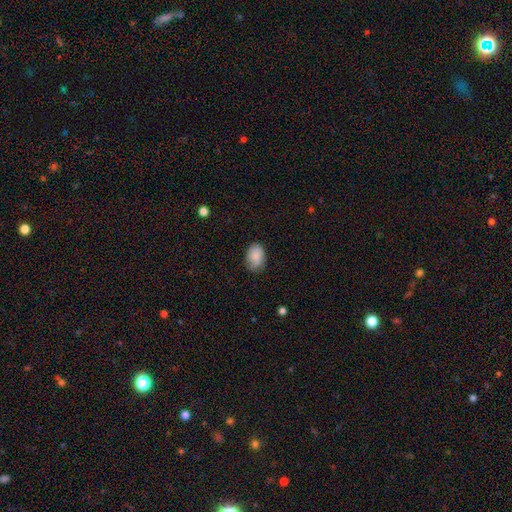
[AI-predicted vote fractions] Q: Smooth or featured?
A: smooth (76%); runner-up: featured or disk (16%)
Q: How rounded?
A: in between (80%); runner-up: round (19%)
Q: Merging?
A: none (77%); runner-up: minor disturbance (17%)